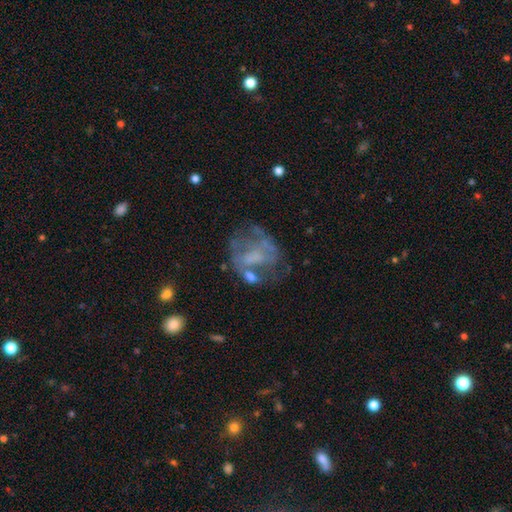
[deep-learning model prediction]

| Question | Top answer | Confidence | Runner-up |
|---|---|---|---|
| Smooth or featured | featured or disk | 63% | smooth (25%) |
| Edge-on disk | no | 97% | yes (3%) |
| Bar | no | 69% | weak (23%) |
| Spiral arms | no | 70% | yes (30%) |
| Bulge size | none | 55% | moderate (19%) |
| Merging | none | 39% | major disturbance (29%) |